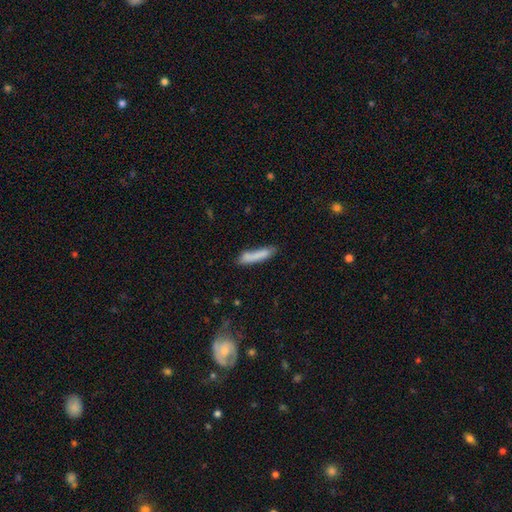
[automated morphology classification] smooth 80%, featured or disk 13%, star or artifact 7%. Down the decision tree: how rounded — cigar-shaped (85%); merging — none (64%).